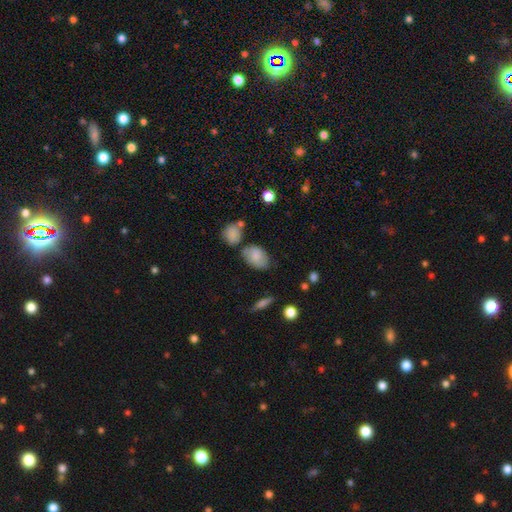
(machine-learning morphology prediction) Smooth or featured?
  - smooth: 75% *
  - featured or disk: 17%
  - star or artifact: 8%
How rounded?
  - in between: 86% *
  - round: 13%
  - cigar-shaped: 2%
Merging?
  - none: 59% *
  - minor disturbance: 24%
  - merger: 11%
  - major disturbance: 7%